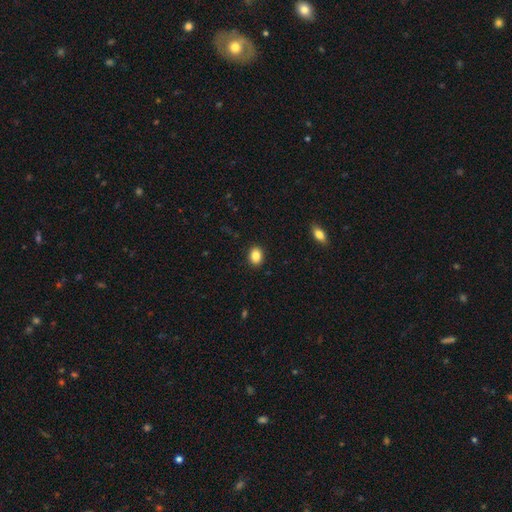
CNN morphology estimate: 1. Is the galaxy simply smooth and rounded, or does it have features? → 85% smooth, 9% star or artifact, 6% featured or disk.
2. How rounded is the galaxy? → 60% in between, 39% round, 1% cigar-shaped.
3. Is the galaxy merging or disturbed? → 91% none, 7% minor disturbance, 2% major disturbance, 1% merger.